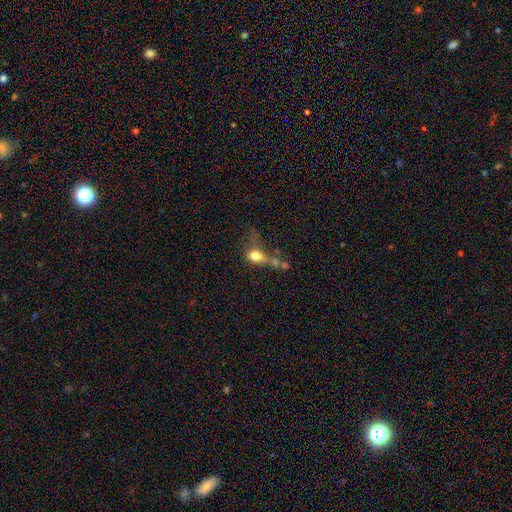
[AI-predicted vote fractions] A smooth galaxy with no disk features (69%) that is in between round and cigar-shaped (59%).

Vote fractions:
- Smooth or featured? smooth: 69% / featured or disk: 19% / star or artifact: 12%
- How rounded? in between: 59% / round: 35% / cigar-shaped: 6%
- Merging? major disturbance: 31% / merger: 28% / none: 23% / minor disturbance: 17%